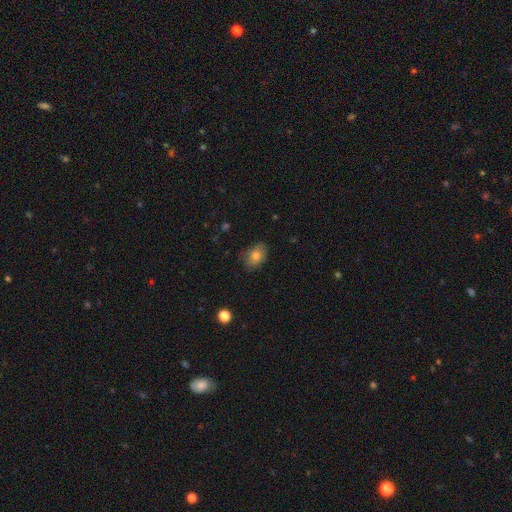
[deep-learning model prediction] The model was most divided on "how rounded": in between: 75%, round: 24%, cigar-shaped: 1%. More confident: smooth or featured — smooth (78%); merging — none (75%).